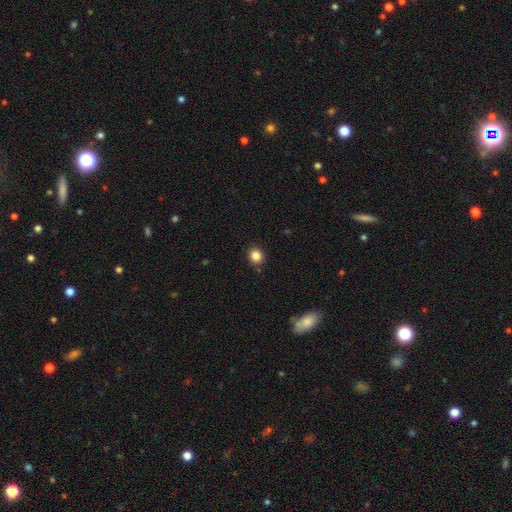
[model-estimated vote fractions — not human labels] A smooth galaxy with no disk features (85%) that is round (84%).

Vote fractions:
- Smooth or featured? smooth: 85% / star or artifact: 11% / featured or disk: 4%
- How rounded? round: 84% / in between: 15% / cigar-shaped: 1%
- Merging? none: 90% / minor disturbance: 7% / major disturbance: 2% / merger: 1%